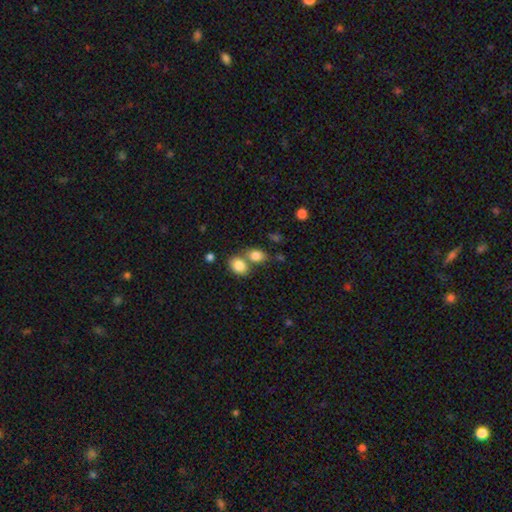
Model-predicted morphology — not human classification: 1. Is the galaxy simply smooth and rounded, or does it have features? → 83% smooth, 9% star or artifact, 8% featured or disk.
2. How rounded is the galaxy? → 65% in between, 34% round, 1% cigar-shaped.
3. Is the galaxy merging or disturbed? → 44% merger, 43% none, 9% minor disturbance, 3% major disturbance.